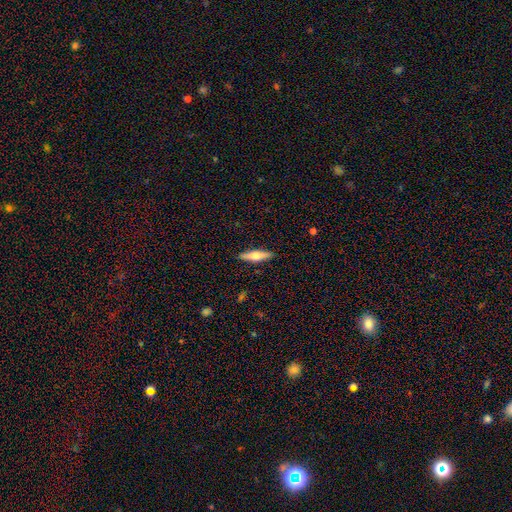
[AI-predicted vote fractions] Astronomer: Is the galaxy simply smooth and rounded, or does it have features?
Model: featured or disk — 48% (runner-up: smooth, 46%).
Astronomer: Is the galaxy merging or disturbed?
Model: none — 90%.